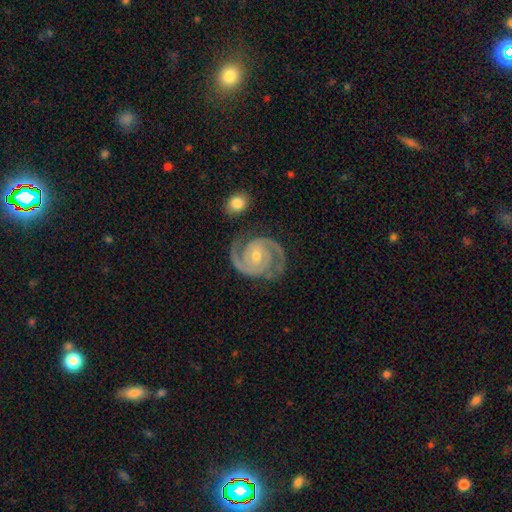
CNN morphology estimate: Smooth or featured? featured or disk (93%)
Edge-on disk? no (98%)
Bar? no (58%)
Spiral arms? yes (99%)
Spiral winding? tight (59%)
Spiral arm count? 2 (90%)
Bulge size? small (51%)
Merging? none (81%)